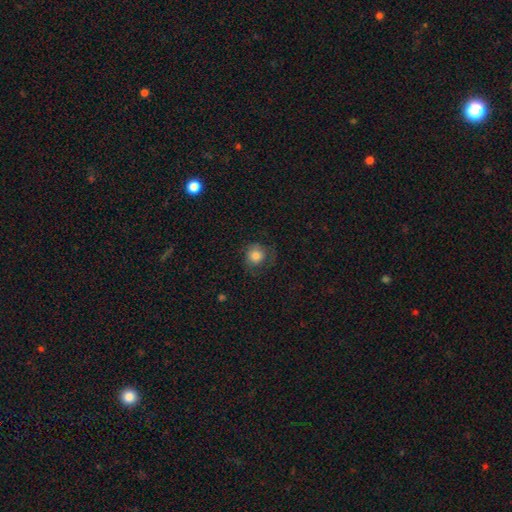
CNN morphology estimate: This appears to be a smooth galaxy with no disk features (76%) that is round (86%). Merging: none (64%).